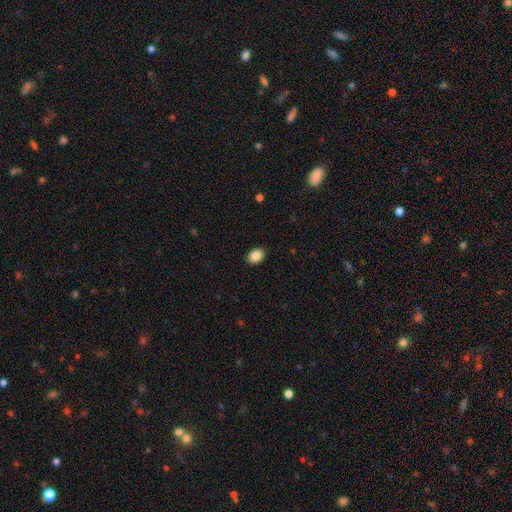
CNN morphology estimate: smooth-or-featured: smooth: 87% | star or artifact: 8% | featured or disk: 4%
  how-rounded: in between: 67% | round: 32% | cigar-shaped: 1%
  merging: none: 90% | minor disturbance: 7% | major disturbance: 2% | merger: 1%